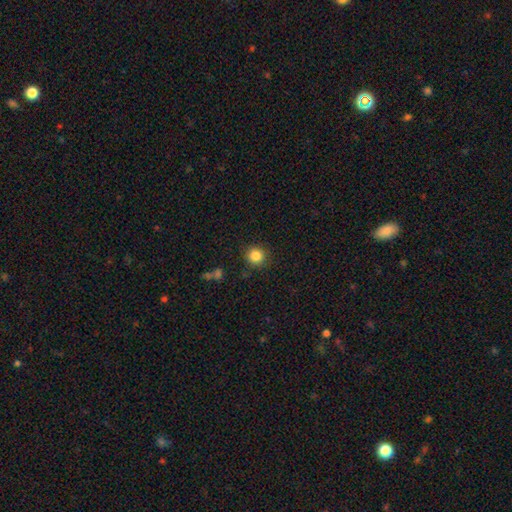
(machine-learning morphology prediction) smooth-or-featured: smooth: 85% | star or artifact: 11% | featured or disk: 4%
  how-rounded: round: 90% | in between: 9% | cigar-shaped: 1%
  merging: none: 88% | minor disturbance: 8% | major disturbance: 2% | merger: 2%